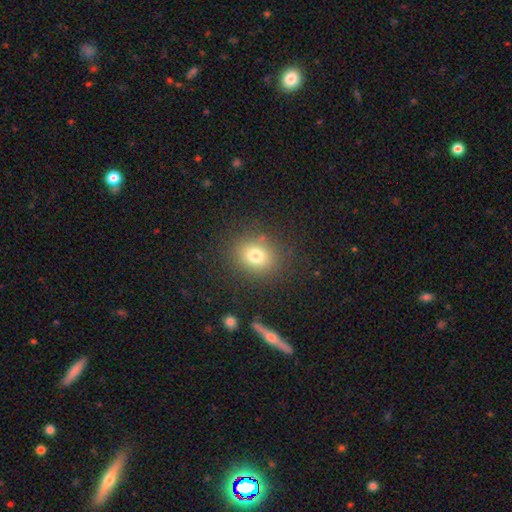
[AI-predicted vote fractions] Smooth or featured? smooth (77%)
How rounded? round (71%)
Merging? none (85%)